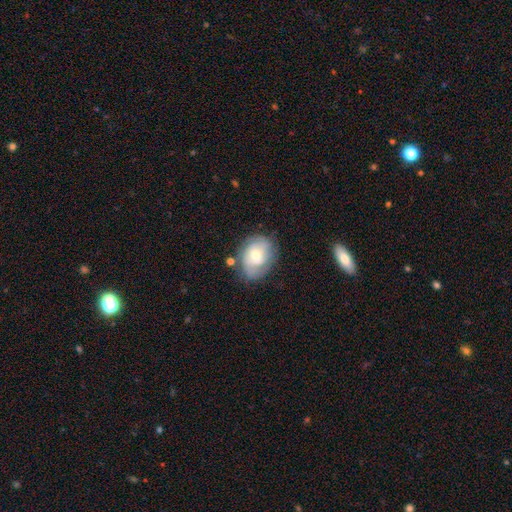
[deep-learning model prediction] Smooth or featured: featured or disk — 48% (smooth — 44%)
Merging: none — 65% (minor disturbance — 22%)